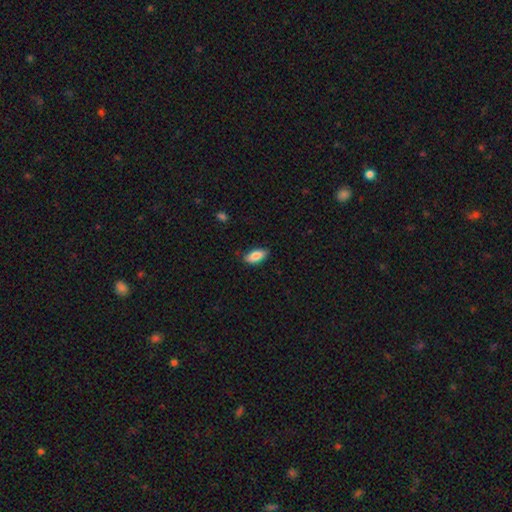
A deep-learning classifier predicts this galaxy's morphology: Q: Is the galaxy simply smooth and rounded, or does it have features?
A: smooth — 84%.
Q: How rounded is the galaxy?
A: in between — 87%.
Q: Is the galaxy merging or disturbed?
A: none — 80%.